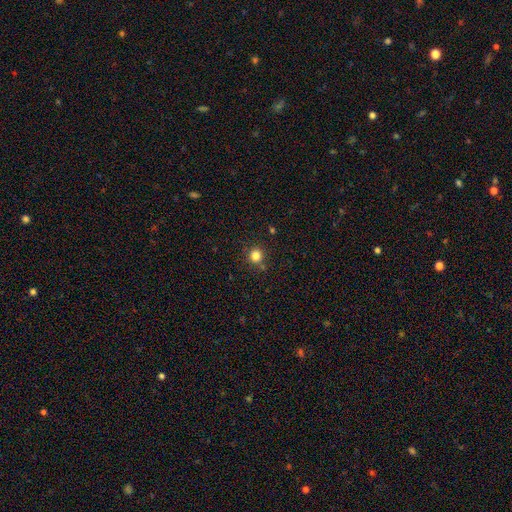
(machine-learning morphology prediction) smooth_or_featured: smooth (p=0.81) [alt: star or artifact p=0.14]
how_rounded: round (p=0.93) [alt: in between p=0.06]
merging: none (p=0.84) [alt: minor disturbance p=0.08]